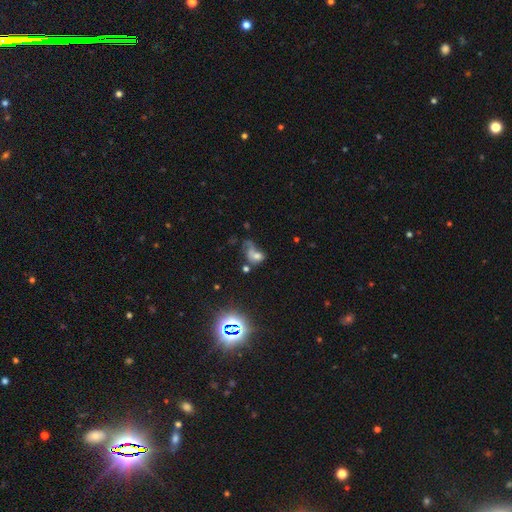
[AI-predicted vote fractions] A smooth galaxy with no disk features (53%) that is in between round and cigar-shaped (64%).

Vote fractions:
- Smooth or featured? smooth: 53% / featured or disk: 25% / star or artifact: 22%
- How rounded? in between: 64% / round: 33% / cigar-shaped: 3%
- Merging? major disturbance: 35% / merger: 27% / none: 21% / minor disturbance: 17%